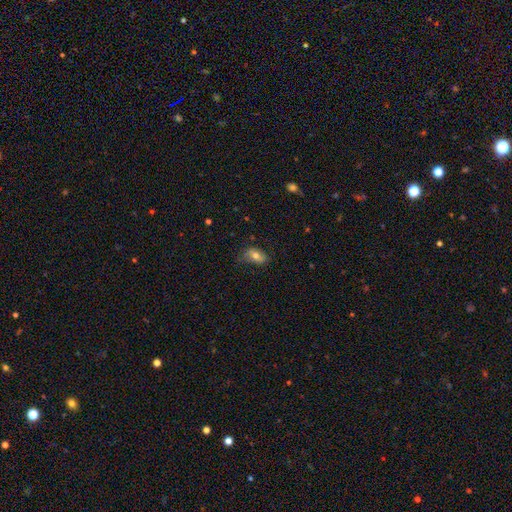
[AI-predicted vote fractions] Smooth or featured: smooth — 68% (featured or disk — 24%)
How rounded: in between — 88% (round — 9%)
Merging: none — 62% (minor disturbance — 29%)